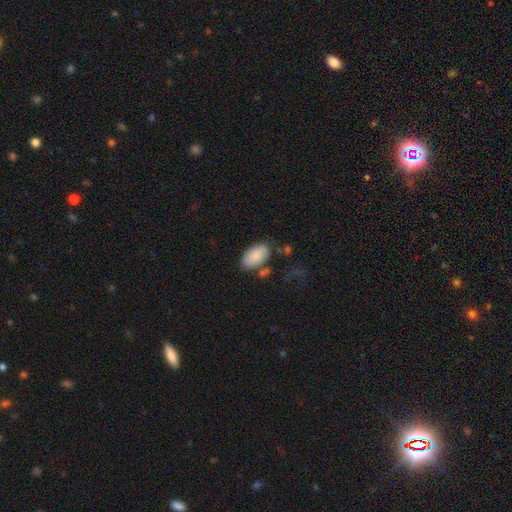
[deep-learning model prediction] Q: Smooth or featured?
A: smooth (86%); runner-up: featured or disk (8%)
Q: How rounded?
A: in between (95%); runner-up: round (3%)
Q: Merging?
A: none (70%); runner-up: minor disturbance (16%)